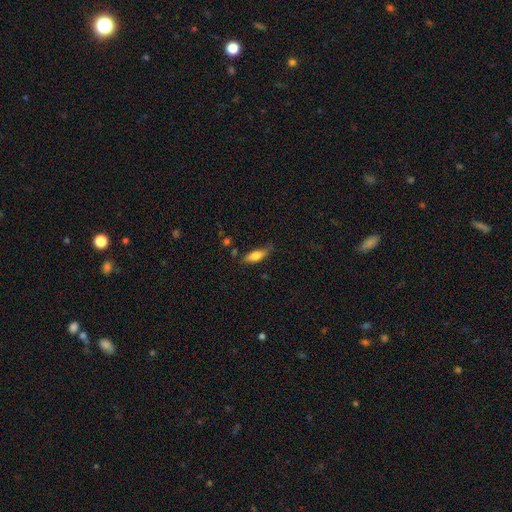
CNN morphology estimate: Smooth or featured?
  - smooth: 71% *
  - featured or disk: 22%
  - star or artifact: 7%
How rounded?
  - in between: 57% *
  - cigar-shaped: 41%
  - round: 2%
Merging?
  - none: 69% *
  - minor disturbance: 22%
  - major disturbance: 5%
  - merger: 3%